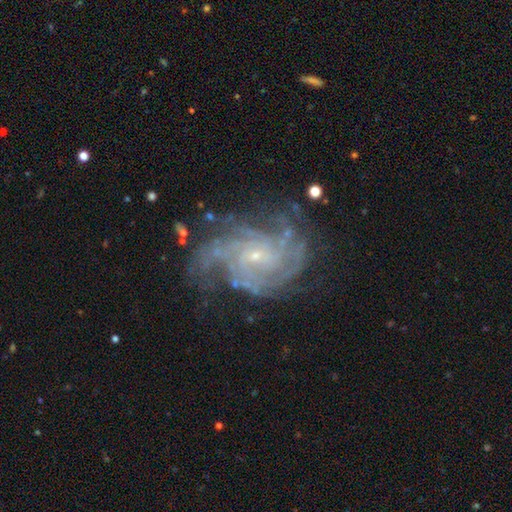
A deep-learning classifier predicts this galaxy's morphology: Smooth or featured? Predicted: featured or disk (p=0.86). Edge-on disk? Predicted: no (p=0.97). Bar? Predicted: no (p=0.67). Spiral arms? Predicted: yes (p=0.96). Spiral winding? Predicted: tight (p=0.54). Spiral arm count? Predicted: can't tell (p=0.25, tied with 4). Bulge size? Predicted: small (p=0.85). Merging? Predicted: none (p=0.64).